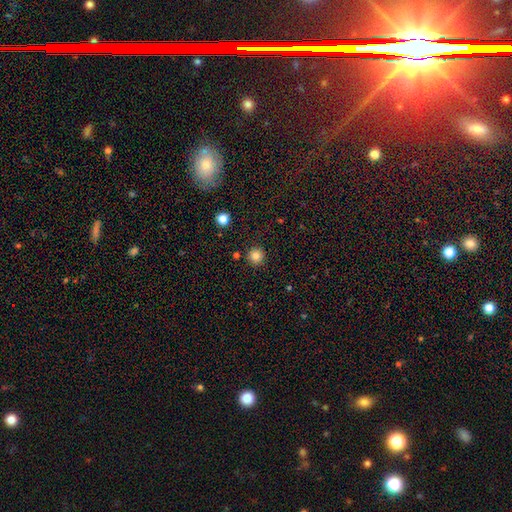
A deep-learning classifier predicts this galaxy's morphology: The model was most divided on "smooth or featured": smooth: 84%, star or artifact: 12%, featured or disk: 5%. More confident: how rounded — round (95%); merging — none (91%).